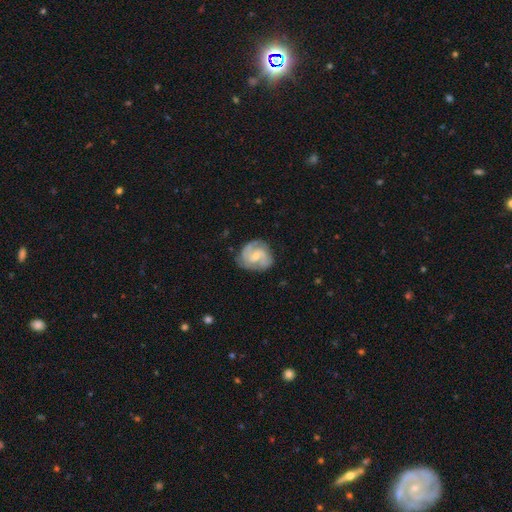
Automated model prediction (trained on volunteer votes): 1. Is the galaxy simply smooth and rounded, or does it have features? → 76% featured or disk, 19% smooth, 5% star or artifact.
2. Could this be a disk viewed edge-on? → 98% no, 2% yes.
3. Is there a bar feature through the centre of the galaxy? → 49% weak, 42% no, 9% strong.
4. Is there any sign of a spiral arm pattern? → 94% yes, 6% no.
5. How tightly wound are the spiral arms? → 48% medium, 36% tight, 16% loose.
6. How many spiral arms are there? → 62% 2, 17% 3, 13% can't tell, 3% 1, 3% 4, 2% more than 4.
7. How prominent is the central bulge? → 54% small, 35% moderate, 8% none, 2% large, 1% dominant.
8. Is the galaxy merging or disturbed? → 72% none, 19% minor disturbance, 7% major disturbance, 1% merger.